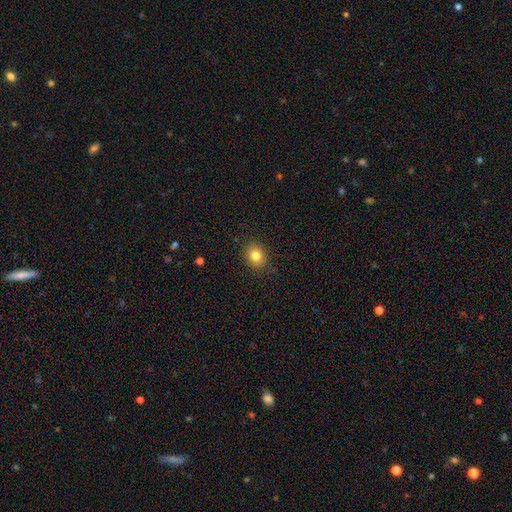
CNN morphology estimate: This appears to be a smooth galaxy with no disk features (81%) that is round (63%). Merging: none (88%).